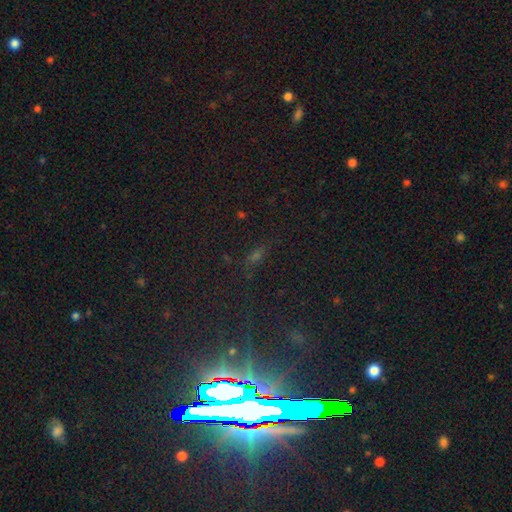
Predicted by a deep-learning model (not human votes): The model was most divided on "smooth or featured": star or artifact: 50%, smooth: 34%, featured or disk: 16%.